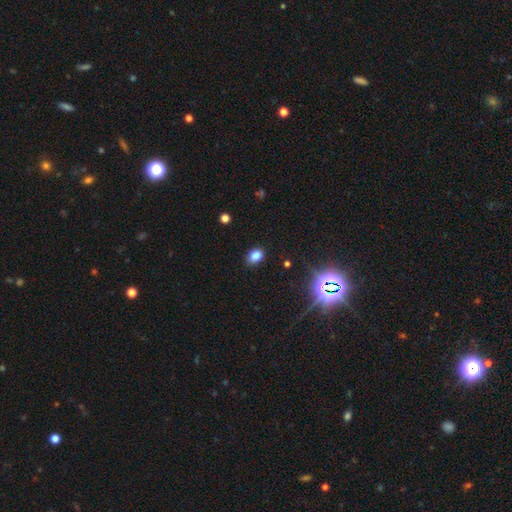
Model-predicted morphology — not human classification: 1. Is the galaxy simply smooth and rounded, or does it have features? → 80% smooth, 14% star or artifact, 5% featured or disk.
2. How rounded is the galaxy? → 74% in between, 25% round, 1% cigar-shaped.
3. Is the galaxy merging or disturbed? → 86% none, 10% minor disturbance, 2% major disturbance, 1% merger.